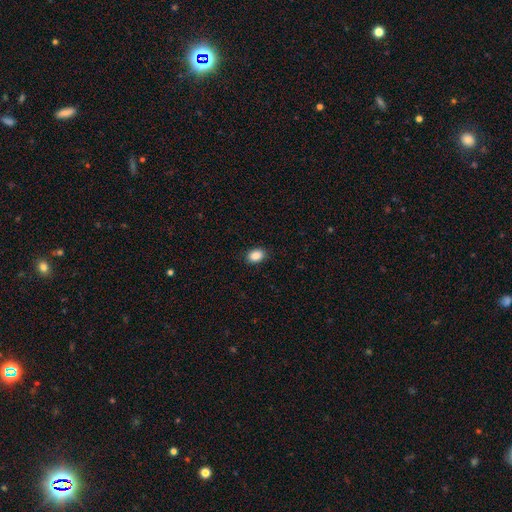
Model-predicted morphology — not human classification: smooth_or_featured: smooth (p=0.89) [alt: star or artifact p=0.08]
how_rounded: in between (p=0.76) [alt: round p=0.23]
merging: none (p=0.88) [alt: minor disturbance p=0.09]